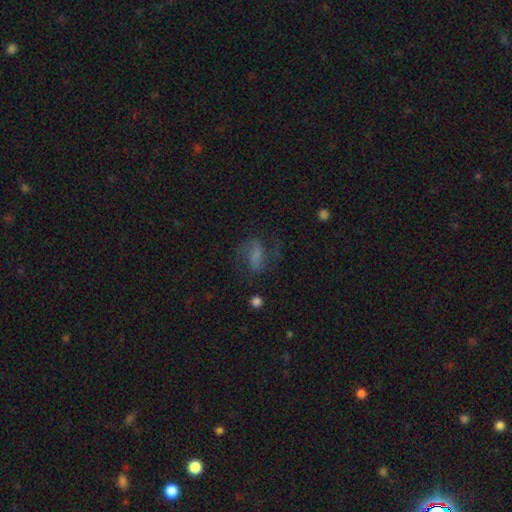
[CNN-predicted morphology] smooth_or_featured: featured or disk (p=0.56) [alt: smooth p=0.31]
disk_edge_on: no (p=0.96) [alt: yes p=0.04]
bar: weak (p=0.39) [alt: strong p=0.35]
has_spiral_arms: yes (p=0.88) [alt: no p=0.12]
bulge_size: none (p=0.44) [alt: small p=0.24]
merging: none (p=0.61) [alt: major disturbance p=0.19]